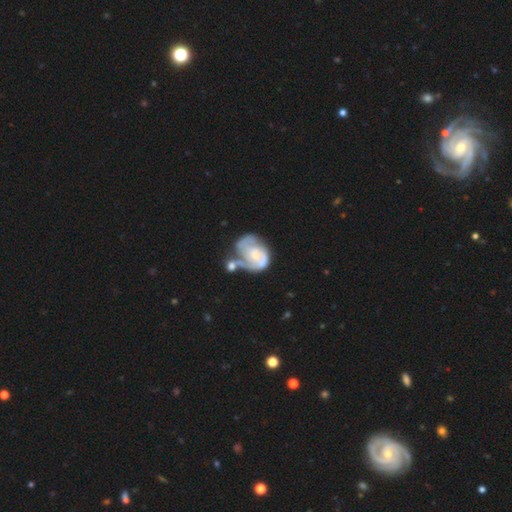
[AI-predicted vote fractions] A featured or disk galaxy (80%) with no bar (66%), 2 (49%) tight (46%) spiral arms (89%) and a small central bulge (50%). Merging: merger (30%).